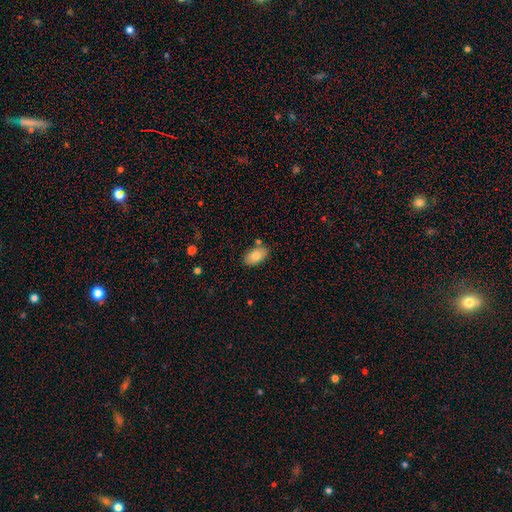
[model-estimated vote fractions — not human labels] Smooth or featured?
  - smooth: 80% *
  - featured or disk: 13%
  - star or artifact: 7%
How rounded?
  - in between: 93% *
  - round: 5%
  - cigar-shaped: 2%
Merging?
  - none: 79% *
  - minor disturbance: 13%
  - merger: 5%
  - major disturbance: 3%